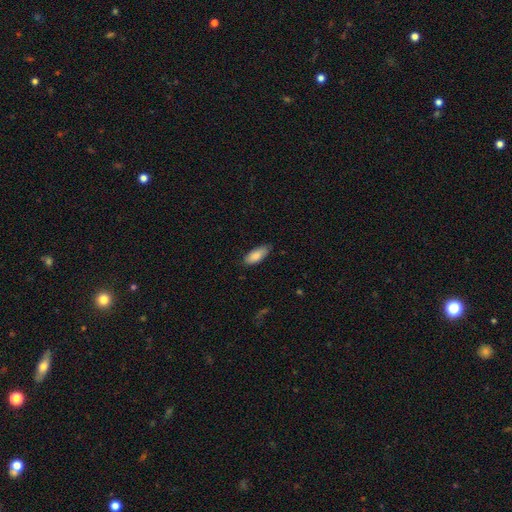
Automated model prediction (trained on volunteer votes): A smooth galaxy with no disk features (86%) that is in between round and cigar-shaped (81%). Merging: none (78%).